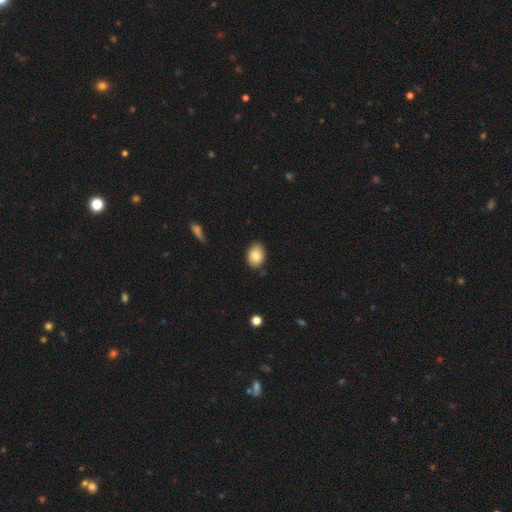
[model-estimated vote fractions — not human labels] Smooth or featured: smooth — 85% (star or artifact — 8%)
How rounded: in between — 77% (round — 22%)
Merging: none — 82% (minor disturbance — 14%)